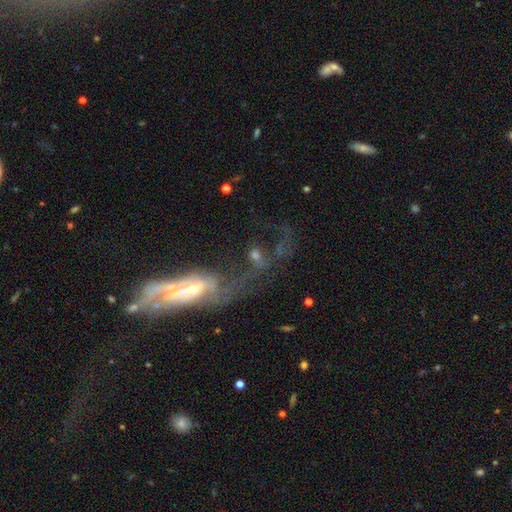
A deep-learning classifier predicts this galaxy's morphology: This appears to be a featured or disk galaxy (59%) with no bar (63%), no spiral arms (53%) and a moderate central bulge (41%, tied with small). Merging: major disturbance (35%).